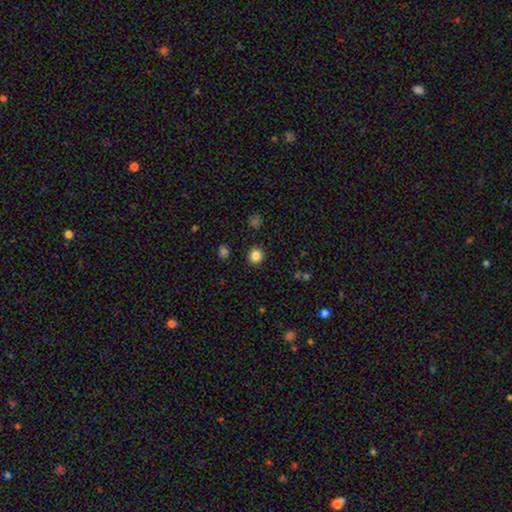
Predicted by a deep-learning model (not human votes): Smooth or featured: smooth — 84% (star or artifact — 12%)
How rounded: round — 92% (in between — 7%)
Merging: none — 92% (minor disturbance — 5%)